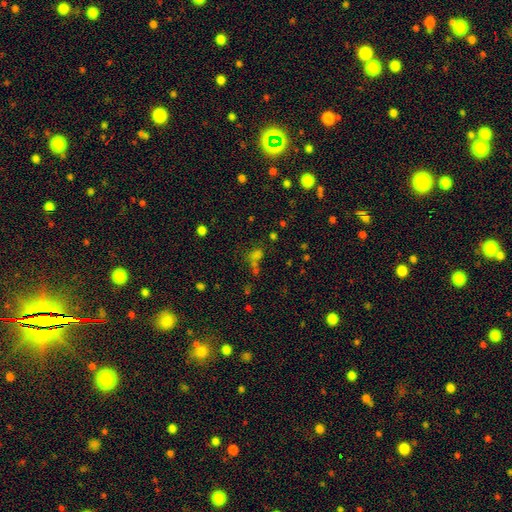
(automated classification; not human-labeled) Smooth or featured? smooth (54%)
How rounded? in between (53%)
Merging? none (49%)